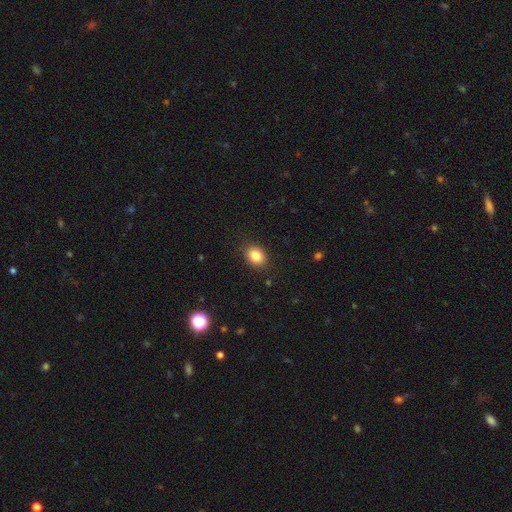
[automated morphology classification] A smooth galaxy with no disk features (85%) that is in between round and cigar-shaped (68%). Merging: none (87%).